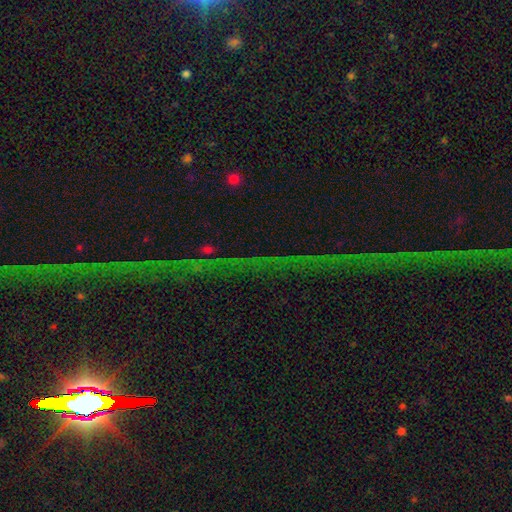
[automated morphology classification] smooth_or_featured: star or artifact (p=0.72) [alt: featured or disk p=0.16]